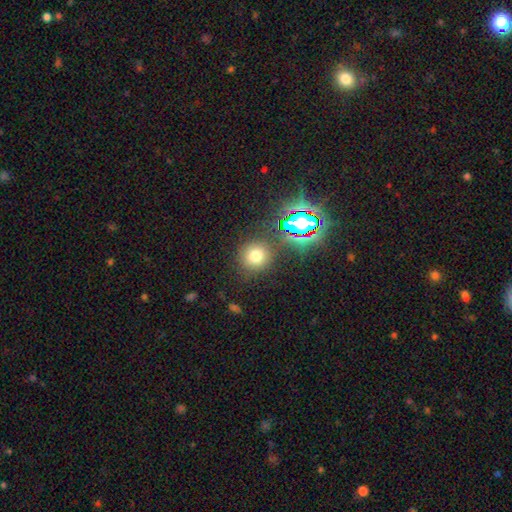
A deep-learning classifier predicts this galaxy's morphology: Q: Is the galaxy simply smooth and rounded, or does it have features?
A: smooth — 70%.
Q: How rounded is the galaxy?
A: round — 90%.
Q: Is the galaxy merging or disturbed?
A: none — 84%.